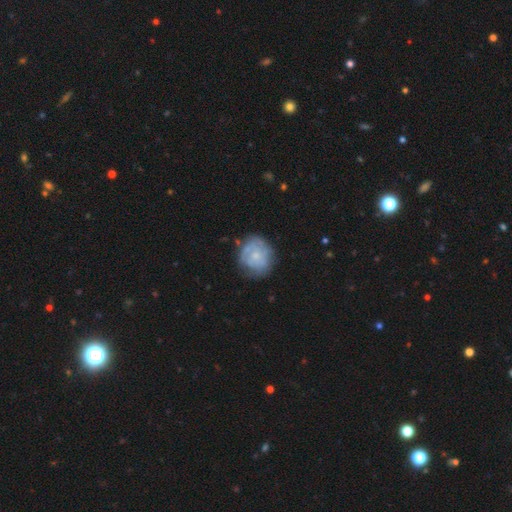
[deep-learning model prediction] Morphology: type=featured or disk (52%); edge-on=no (98%); bar=no (80%); spiral arms=yes (64%); bulge=small (58%); merging=none (69%).